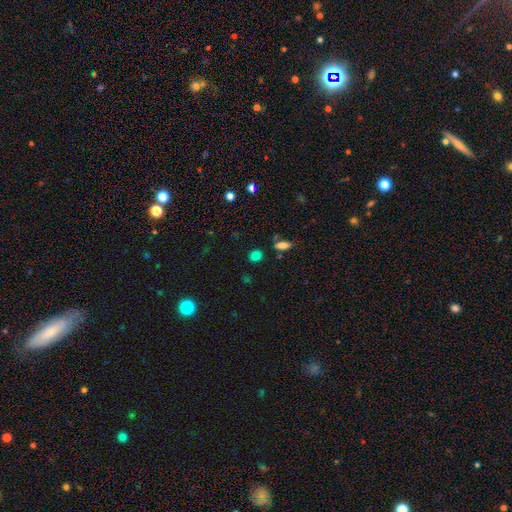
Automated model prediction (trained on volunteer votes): A smooth galaxy with no disk features (82%) that is round (66%). Merging: none (82%).